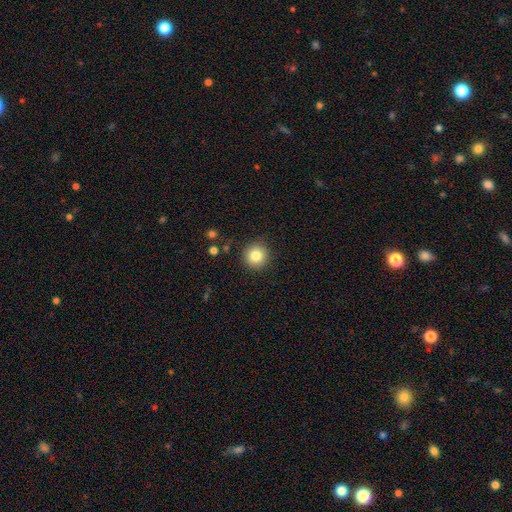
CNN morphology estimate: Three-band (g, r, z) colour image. It shows a smooth galaxy with no disk features (83%) that is round (94%). Merging: none (90%).